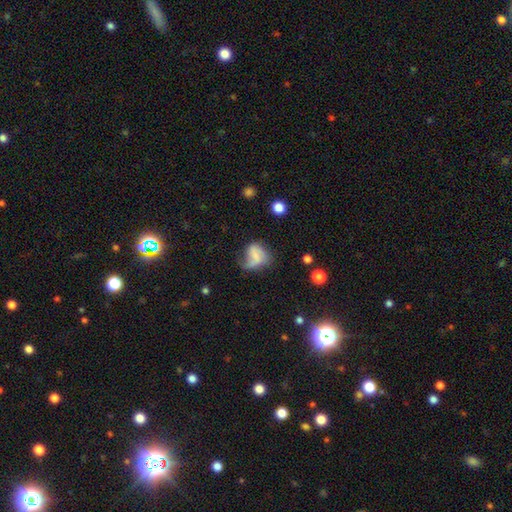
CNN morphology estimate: This is possibly a featured or disk galaxy (48%). Merging: marginally major disturbance (35%).